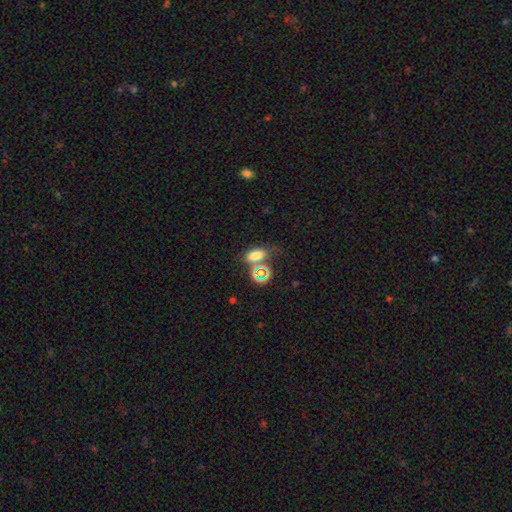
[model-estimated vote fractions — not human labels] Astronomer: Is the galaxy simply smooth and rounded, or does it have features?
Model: smooth — 69%.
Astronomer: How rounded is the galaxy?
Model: in between — 80%.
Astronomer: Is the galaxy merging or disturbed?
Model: none — 55%.